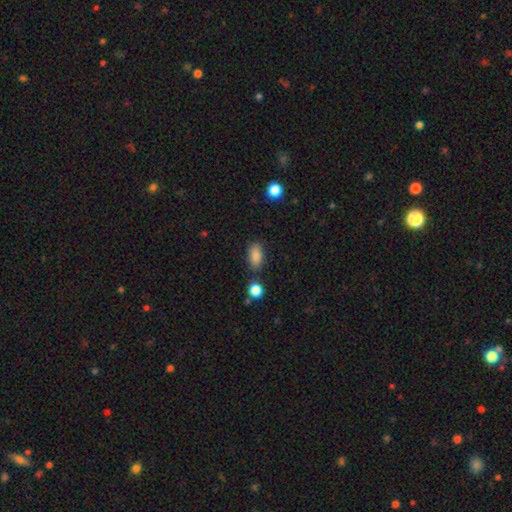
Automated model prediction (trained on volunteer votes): A smooth galaxy with no disk features (86%) that is in between round and cigar-shaped (89%). Merging: none (77%).